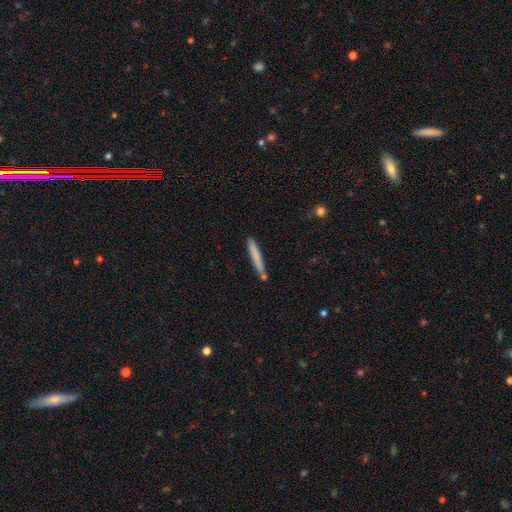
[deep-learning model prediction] Morphology: type=smooth (74%); roundness=cigar-shaped (95%); merging=none (79%).